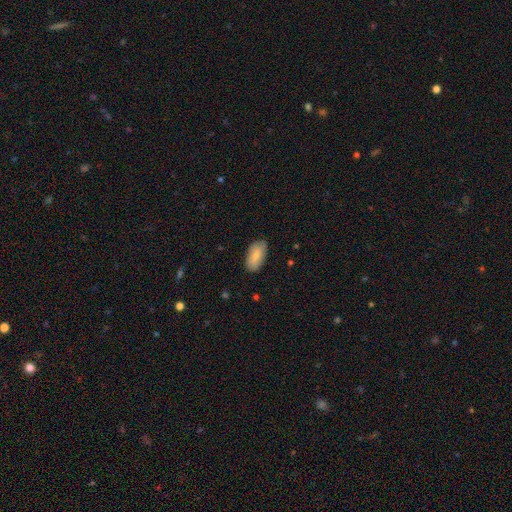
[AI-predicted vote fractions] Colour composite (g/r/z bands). It shows a smooth galaxy with no disk features (82%) that is in between round and cigar-shaped (94%). Merging: none (82%).